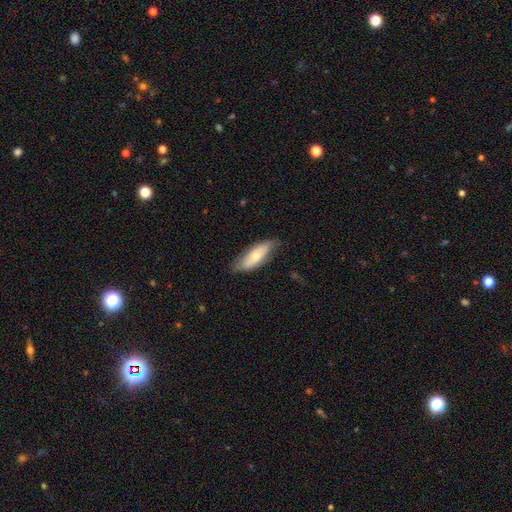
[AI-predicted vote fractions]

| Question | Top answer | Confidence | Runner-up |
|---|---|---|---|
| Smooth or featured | smooth | 61% | featured or disk (33%) |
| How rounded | in between | 69% | cigar-shaped (29%) |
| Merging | none | 74% | minor disturbance (21%) |